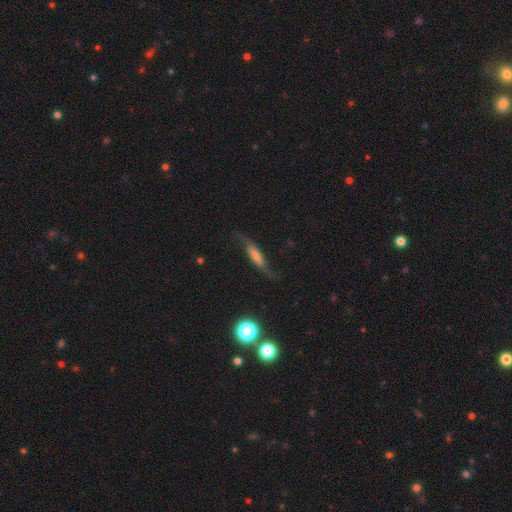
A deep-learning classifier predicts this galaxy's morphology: Q: Smooth or featured?
A: featured or disk (61%); runner-up: smooth (30%)
Q: Edge-on disk?
A: no (61%); runner-up: yes (39%)
Q: Merging?
A: none (62%); runner-up: minor disturbance (21%)